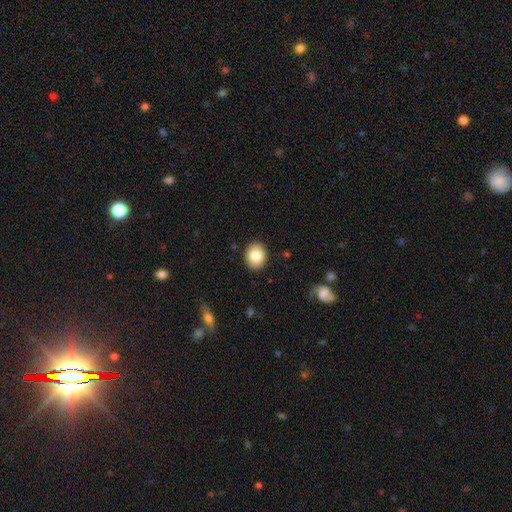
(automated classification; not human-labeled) Smooth or featured? smooth (83%)
How rounded? round (50%)
Merging? none (89%)